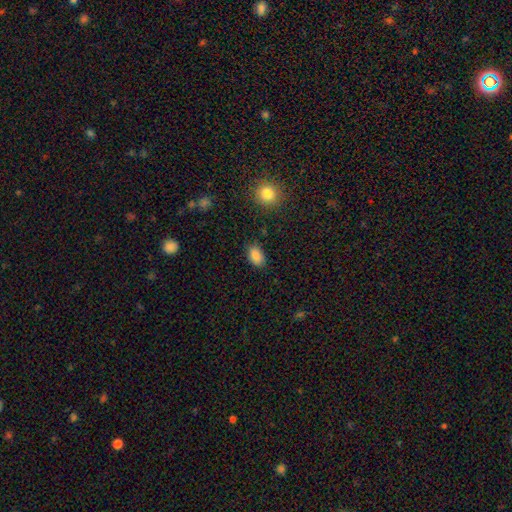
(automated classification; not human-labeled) Smooth or featured? Predicted: smooth (p=0.86). How rounded? Predicted: in between (p=0.88). Merging? Predicted: none (p=0.84).